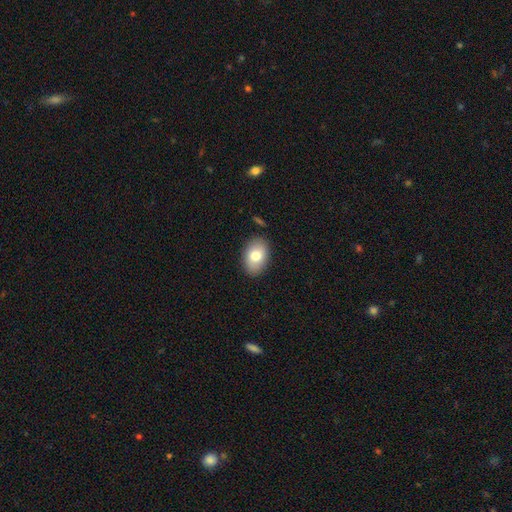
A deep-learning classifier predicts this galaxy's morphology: Smooth or featured: smooth — 77% (featured or disk — 15%)
How rounded: in between — 87% (round — 12%)
Merging: none — 87% (minor disturbance — 9%)